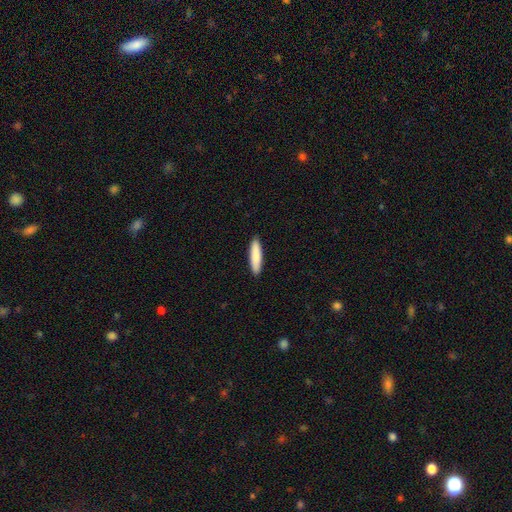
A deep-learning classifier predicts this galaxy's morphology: Overall: smooth (86%). How rounded: cigar-shaped (76%). Merging: none (92%).